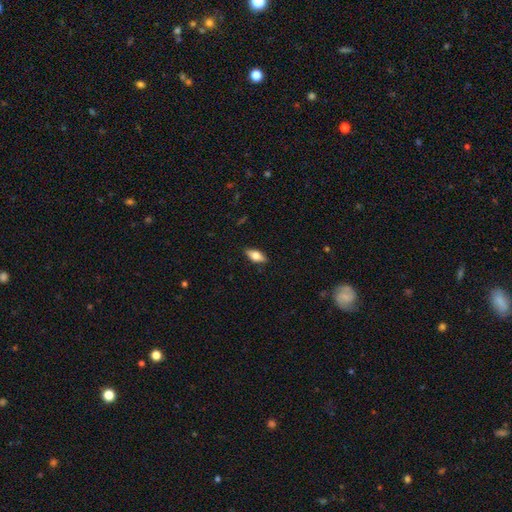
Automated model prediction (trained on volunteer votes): This appears to be a smooth galaxy with no disk features (58%) that is in between round and cigar-shaped (78%). Merging: none (87%).